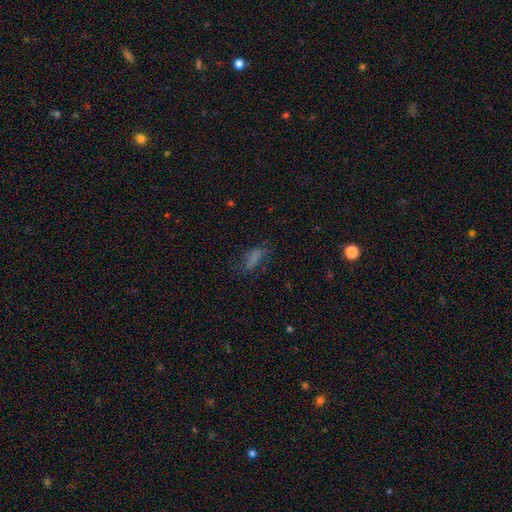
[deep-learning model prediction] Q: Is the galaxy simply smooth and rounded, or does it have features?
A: smooth — 59%.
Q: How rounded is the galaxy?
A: in between — 59%.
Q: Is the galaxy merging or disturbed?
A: none — 54%.